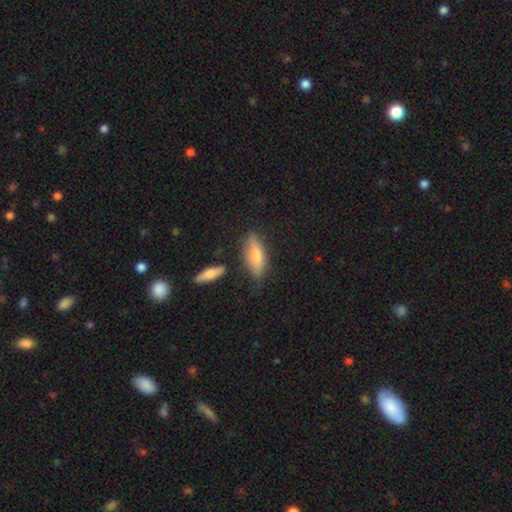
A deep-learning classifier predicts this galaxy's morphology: Smooth or featured?
  - smooth: 71% *
  - featured or disk: 22%
  - star or artifact: 7%
How rounded?
  - in between: 66% *
  - cigar-shaped: 31%
  - round: 2%
Merging?
  - none: 72% *
  - minor disturbance: 20%
  - merger: 4%
  - major disturbance: 4%